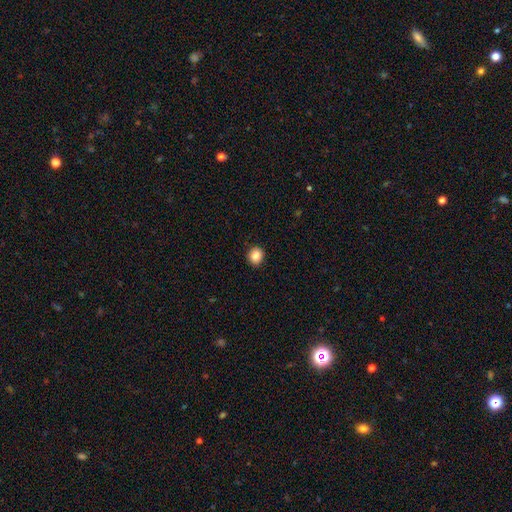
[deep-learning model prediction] A smooth galaxy with no disk features (87%) that is round (78%).

Vote fractions:
- Smooth or featured? smooth: 87% / star or artifact: 9% / featured or disk: 4%
- How rounded? round: 78% / in between: 21% / cigar-shaped: 1%
- Merging? none: 91% / minor disturbance: 6% / major disturbance: 2% / merger: 1%